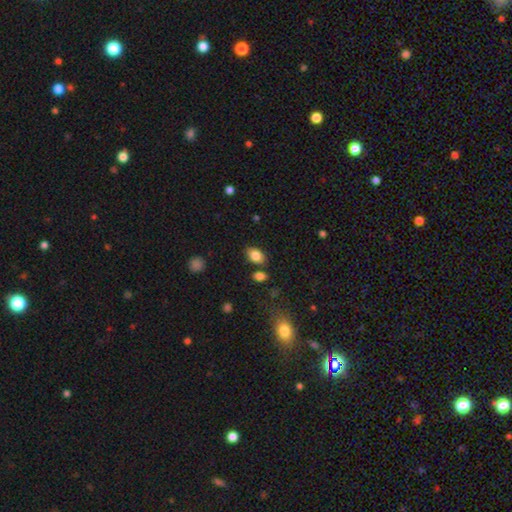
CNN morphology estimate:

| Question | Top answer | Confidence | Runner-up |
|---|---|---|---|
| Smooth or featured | smooth | 84% | star or artifact (9%) |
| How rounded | in between | 84% | round (15%) |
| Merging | none | 78% | minor disturbance (12%) |